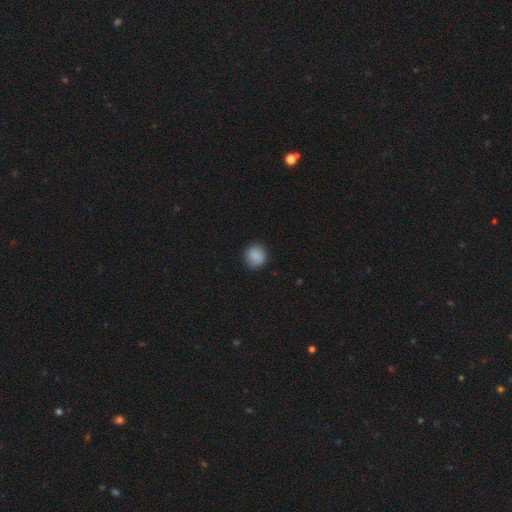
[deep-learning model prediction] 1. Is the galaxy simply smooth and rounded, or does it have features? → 87% smooth, 8% star or artifact, 5% featured or disk.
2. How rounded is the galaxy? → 80% round, 19% in between, 1% cigar-shaped.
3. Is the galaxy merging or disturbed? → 83% none, 13% minor disturbance, 3% major disturbance, 1% merger.